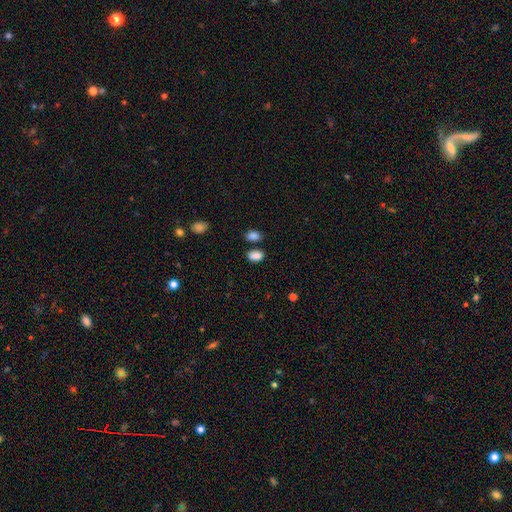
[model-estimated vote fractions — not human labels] Morphology: type=smooth (86%); roundness=in between (86%); merging=none (67%).